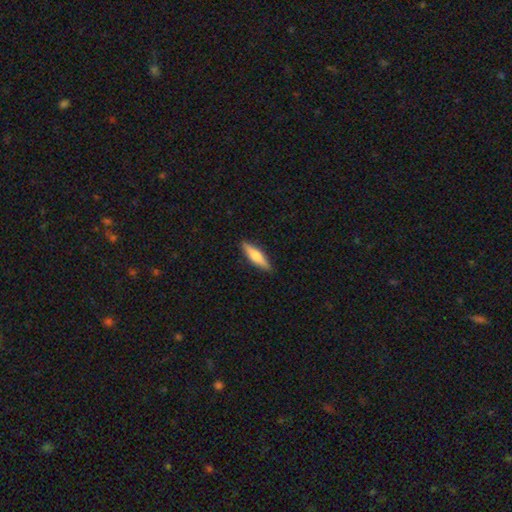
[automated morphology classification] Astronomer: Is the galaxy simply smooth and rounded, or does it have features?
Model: smooth — 57% (runner-up: featured or disk, 37%).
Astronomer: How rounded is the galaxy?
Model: cigar-shaped — 73%.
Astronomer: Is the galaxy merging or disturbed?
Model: none — 89%.